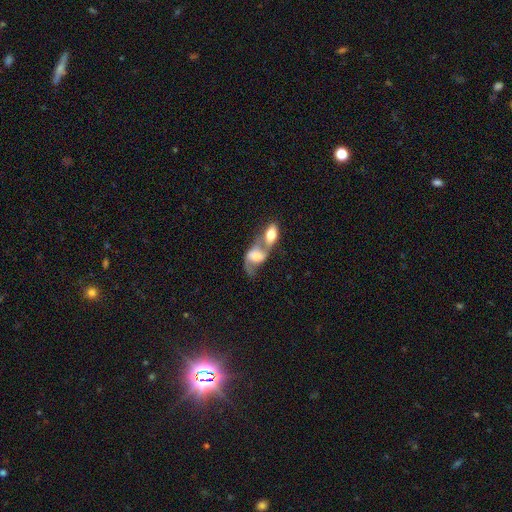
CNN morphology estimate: featured or disk 59%, smooth 32%, star or artifact 8%. Down the decision tree: edge-on disk — no (93%); bar — no (40%); spiral arms — yes (80%); bulge size — moderate (38%); merging — merger (71%).